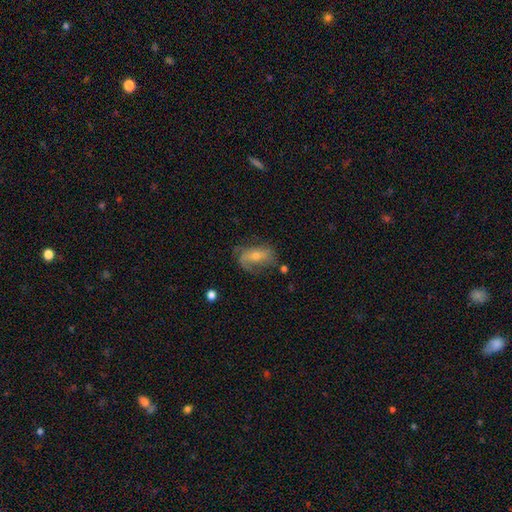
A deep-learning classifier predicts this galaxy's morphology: Smooth or featured: featured or disk — 63% (smooth — 26%)
Edge-on disk: no — 93% (yes — 7%)
Bar: no — 53% (weak — 32%)
Spiral arms: yes — 81% (no — 19%)
Bulge size: small — 48% (moderate — 47%)
Merging: none — 54% (minor disturbance — 25%)